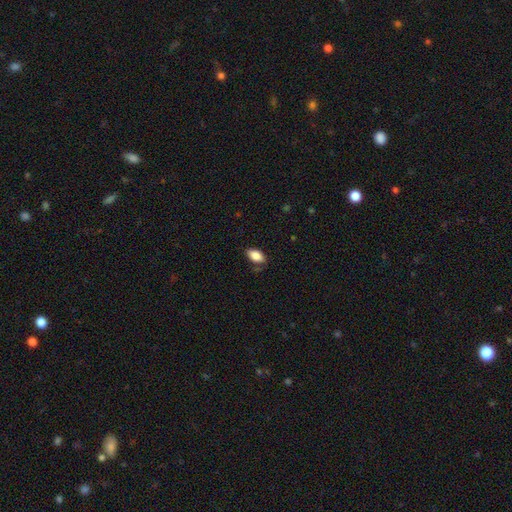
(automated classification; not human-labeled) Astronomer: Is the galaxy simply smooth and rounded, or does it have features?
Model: smooth — 86%.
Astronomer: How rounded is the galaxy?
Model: in between — 92%.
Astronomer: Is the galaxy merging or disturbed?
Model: none — 78%.